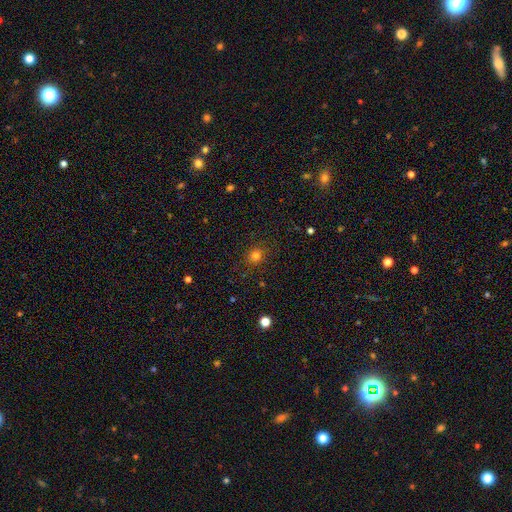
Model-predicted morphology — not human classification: smooth-or-featured: smooth: 78% | star or artifact: 16% | featured or disk: 6%
  how-rounded: round: 79% | in between: 20% | cigar-shaped: 1%
  merging: none: 86% | minor disturbance: 9% | major disturbance: 3% | merger: 1%